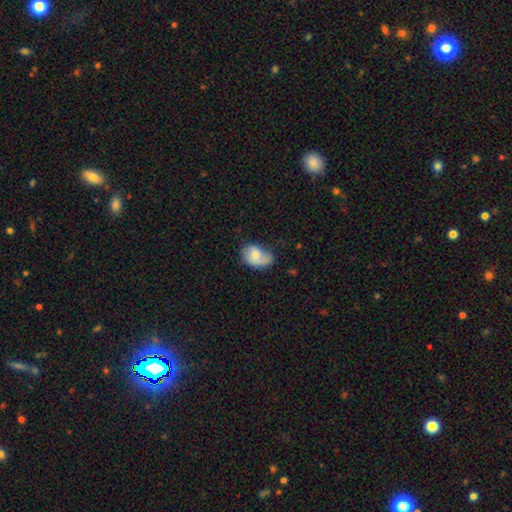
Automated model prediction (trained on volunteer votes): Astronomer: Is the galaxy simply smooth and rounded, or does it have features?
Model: smooth — 65%.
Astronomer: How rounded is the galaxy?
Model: in between — 78%.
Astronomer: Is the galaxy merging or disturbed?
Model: none — 39% (runner-up: minor disturbance, 38%).